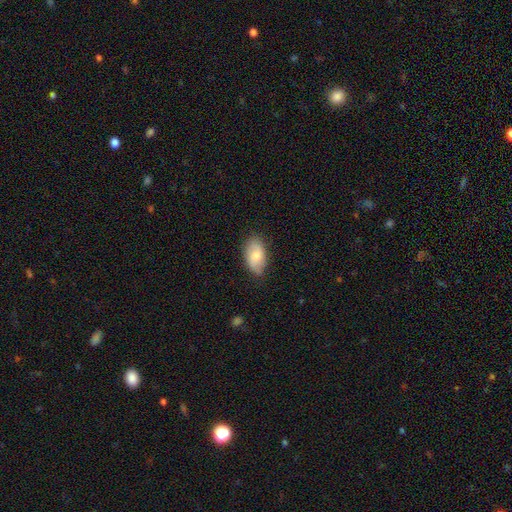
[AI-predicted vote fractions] This is likely a smooth galaxy (73%). How rounded: clearly in between (93%). Merging: likely none (77%).